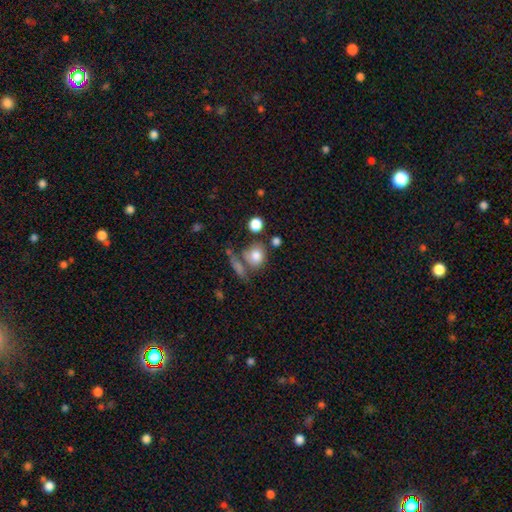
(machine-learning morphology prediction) Overall: smooth (80%). How rounded: round (67%; in between 31%). Merging: none (55%; merger 23%).